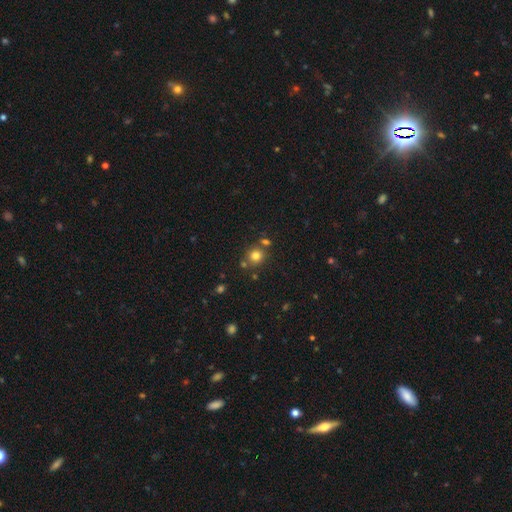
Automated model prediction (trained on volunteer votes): smooth_or_featured: smooth (p=0.78) [alt: star or artifact p=0.15]
how_rounded: round (p=0.89) [alt: in between p=0.10]
merging: none (p=0.74) [alt: merger p=0.13]